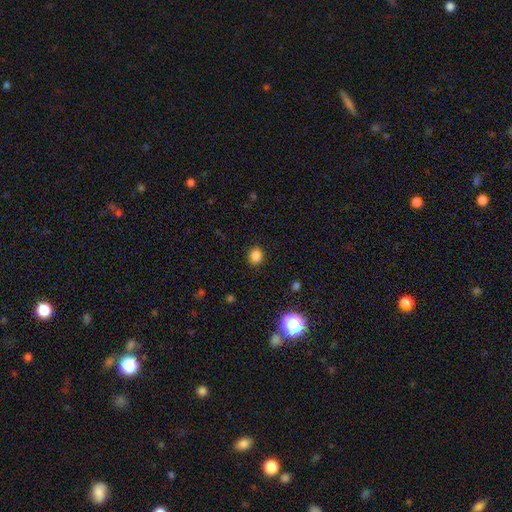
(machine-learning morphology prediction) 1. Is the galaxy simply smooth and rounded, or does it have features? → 83% smooth, 13% star or artifact, 4% featured or disk.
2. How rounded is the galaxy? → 74% round, 25% in between, 1% cigar-shaped.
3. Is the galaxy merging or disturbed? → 87% none, 9% minor disturbance, 3% major disturbance, 1% merger.